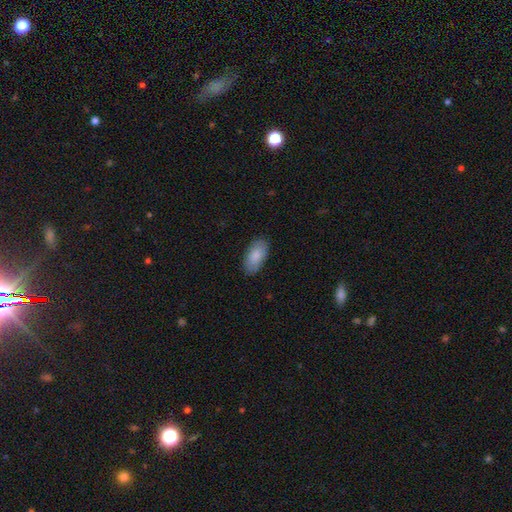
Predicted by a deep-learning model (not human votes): Smooth or featured?
  - smooth: 86% *
  - featured or disk: 8%
  - star or artifact: 6%
How rounded?
  - in between: 94% *
  - cigar-shaped: 4%
  - round: 2%
Merging?
  - none: 86% *
  - minor disturbance: 11%
  - major disturbance: 2%
  - merger: 1%